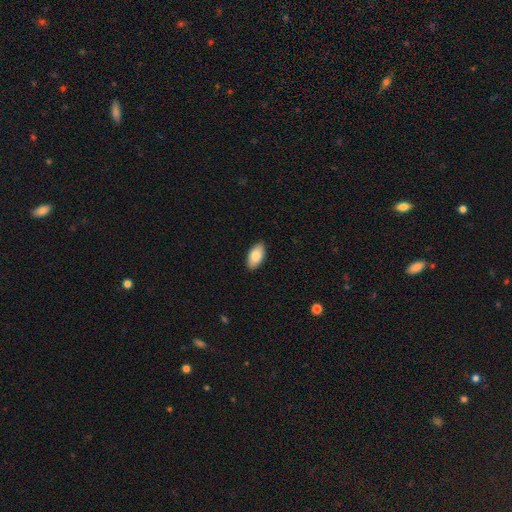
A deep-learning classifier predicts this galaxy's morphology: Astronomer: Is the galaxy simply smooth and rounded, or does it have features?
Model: smooth — 85%.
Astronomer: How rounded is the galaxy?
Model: in between — 94%.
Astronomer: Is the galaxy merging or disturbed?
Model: none — 89%.